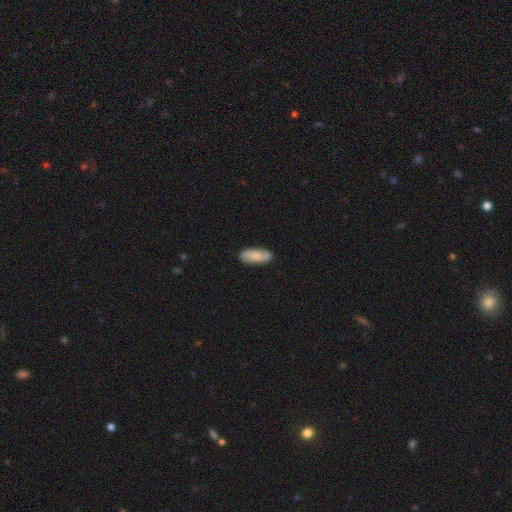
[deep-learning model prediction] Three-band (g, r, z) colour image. It shows a smooth galaxy with no disk features (83%) that is in between round and cigar-shaped (74%). Merging: none (86%).